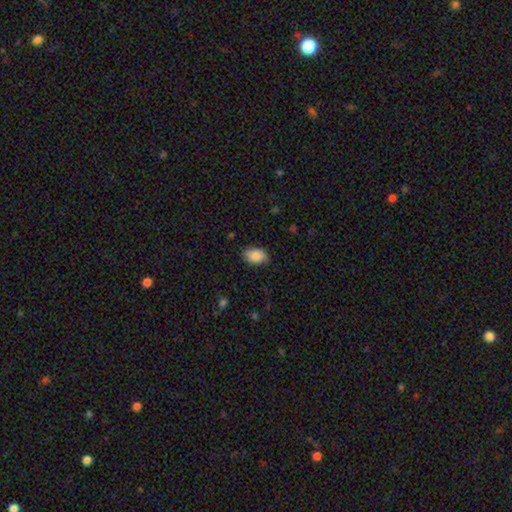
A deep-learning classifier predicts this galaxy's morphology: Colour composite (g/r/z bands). It shows a smooth galaxy with no disk features (88%) that is in between round and cigar-shaped (91%). Merging: none (84%).